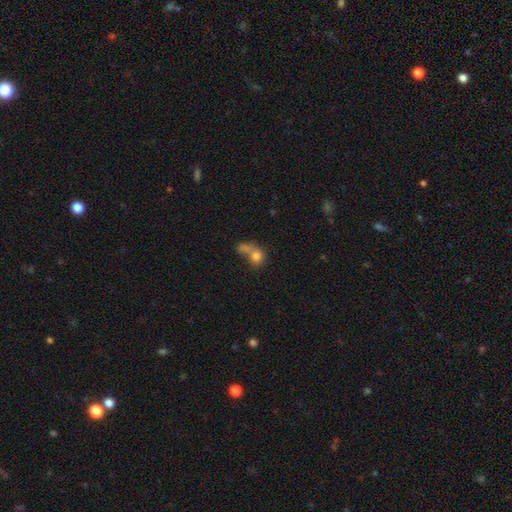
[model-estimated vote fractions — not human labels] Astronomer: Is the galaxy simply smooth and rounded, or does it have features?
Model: smooth — 63%.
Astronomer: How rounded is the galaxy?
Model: round — 68%.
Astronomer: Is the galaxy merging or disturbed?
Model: merger — 45% (runner-up: none, 34%).